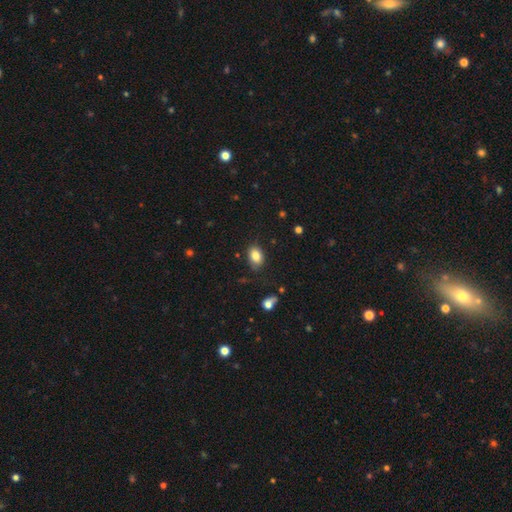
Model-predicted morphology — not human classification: type=smooth (82%); roundness=in between (78%); merging=none (77%).